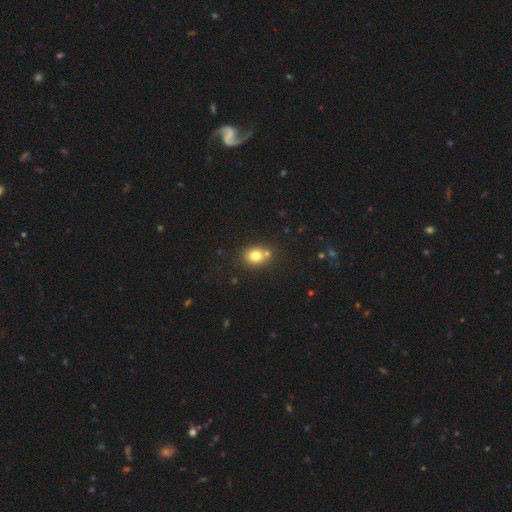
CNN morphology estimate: A smooth galaxy with no disk features (78%) that is round (65%). Merging: none (64%).